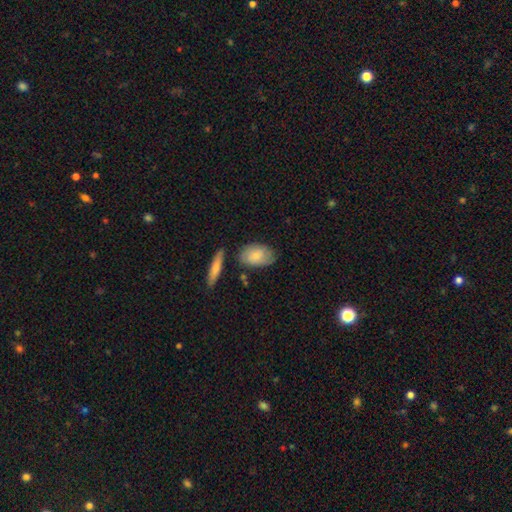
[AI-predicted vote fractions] Smooth or featured: smooth — 70% (featured or disk — 24%)
How rounded: in between — 88% (round — 9%)
Merging: none — 69% (minor disturbance — 19%)